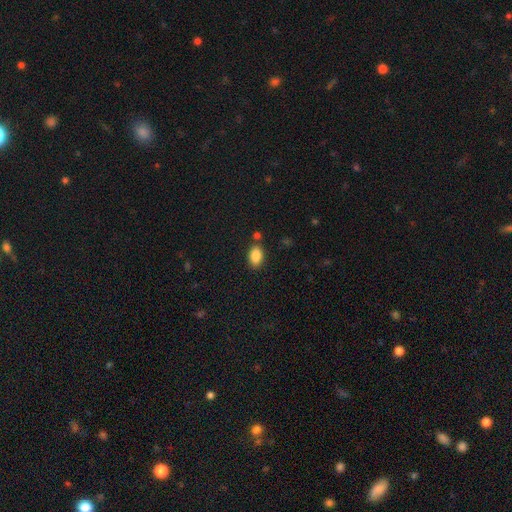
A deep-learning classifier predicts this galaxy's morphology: This is clearly a smooth galaxy (87%). How rounded: clearly in between (88%). Merging: clearly none (81%).